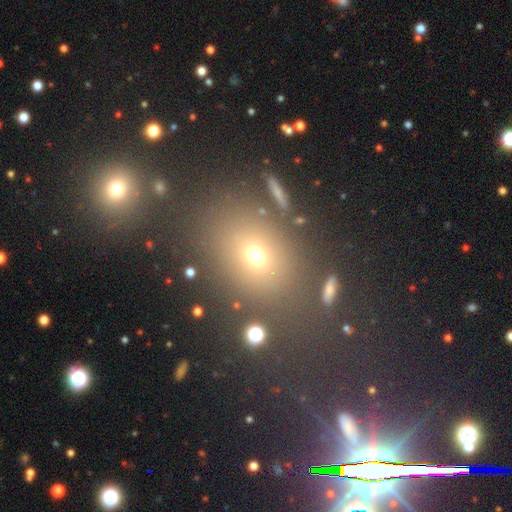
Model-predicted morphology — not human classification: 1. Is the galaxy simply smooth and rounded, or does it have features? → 58% smooth, 29% star or artifact, 13% featured or disk.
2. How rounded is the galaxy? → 49% in between (tied), 49% round (tied), 2% cigar-shaped.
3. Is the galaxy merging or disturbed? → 77% none, 10% minor disturbance, 6% merger, 6% major disturbance.